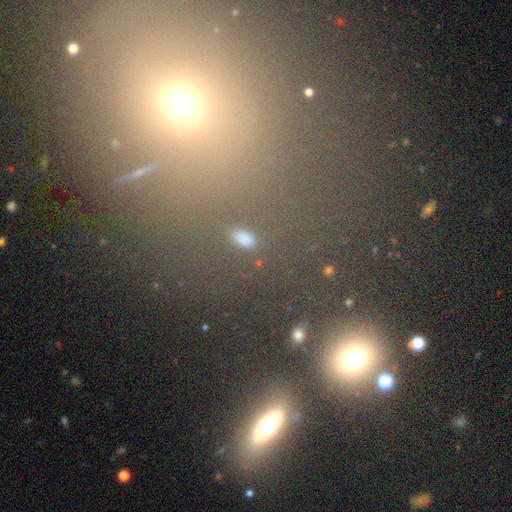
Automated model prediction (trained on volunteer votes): Smooth or featured?
  - smooth: 54% *
  - star or artifact: 34%
  - featured or disk: 12%
How rounded?
  - round: 59% *
  - in between: 36%
  - cigar-shaped: 5%
Merging?
  - none: 73% *
  - merger: 10%
  - minor disturbance: 10%
  - major disturbance: 7%